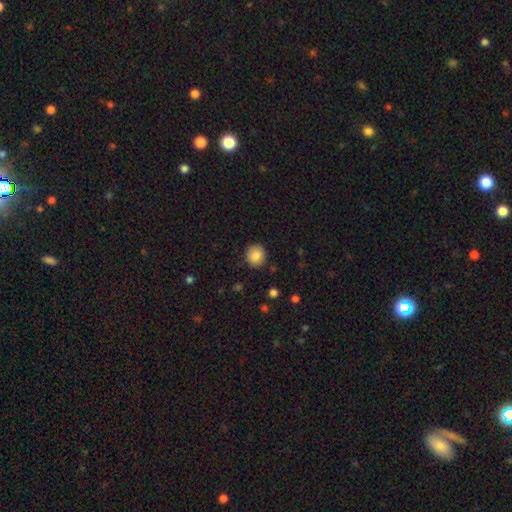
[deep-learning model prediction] Smooth or featured? smooth (87%)
How rounded? round (85%)
Merging? none (88%)